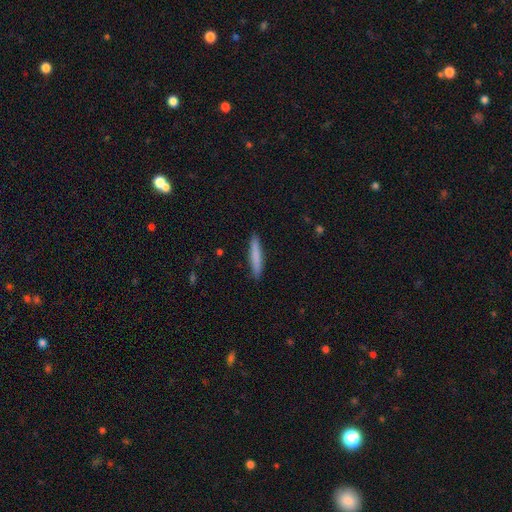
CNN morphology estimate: Overall: smooth (80%). How rounded: cigar-shaped (93%). Merging: none (90%).